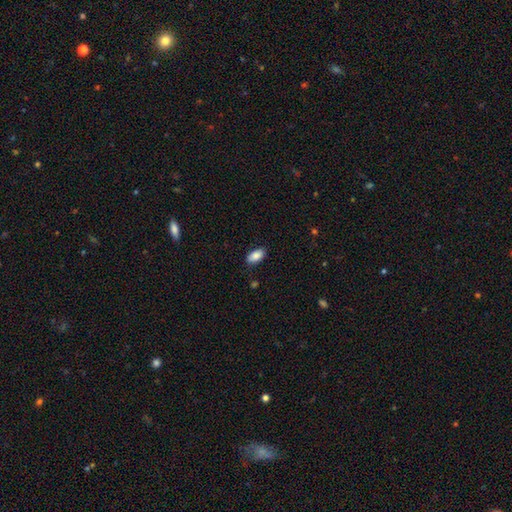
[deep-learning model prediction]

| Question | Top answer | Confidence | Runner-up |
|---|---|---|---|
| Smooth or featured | smooth | 86% | star or artifact (7%) |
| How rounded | in between | 92% | cigar-shaped (5%) |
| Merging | none | 86% | minor disturbance (11%) |